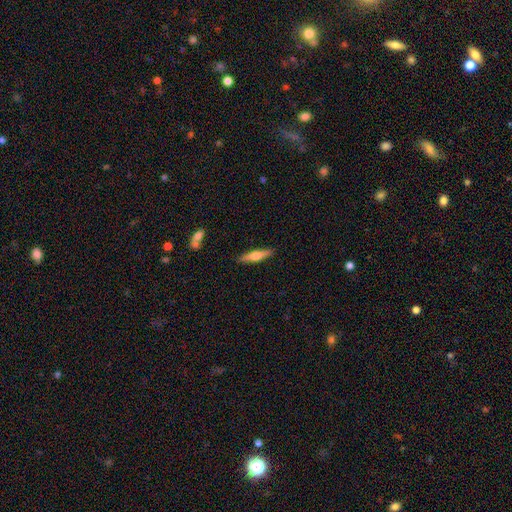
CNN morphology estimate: Overall: smooth (48%; featured or disk 47%). Merging: none (89%).